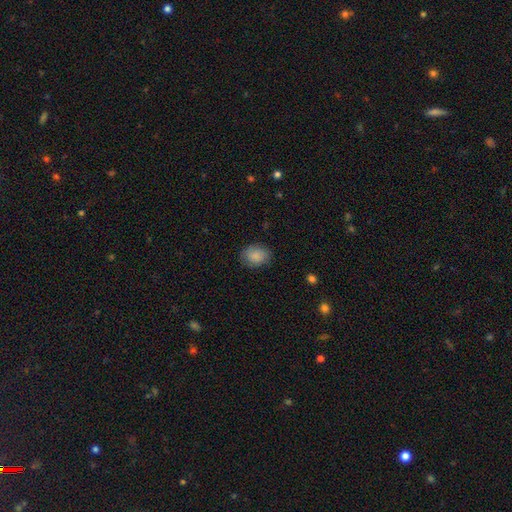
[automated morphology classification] Overall: smooth (87%). How rounded: in between (55%; round 44%). Merging: none (82%).